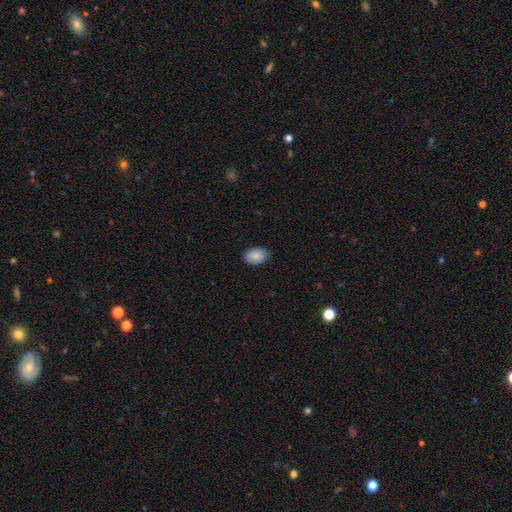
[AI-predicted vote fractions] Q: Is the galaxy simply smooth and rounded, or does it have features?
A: smooth — 87%.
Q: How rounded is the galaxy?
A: in between — 89%.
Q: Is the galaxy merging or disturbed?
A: none — 88%.